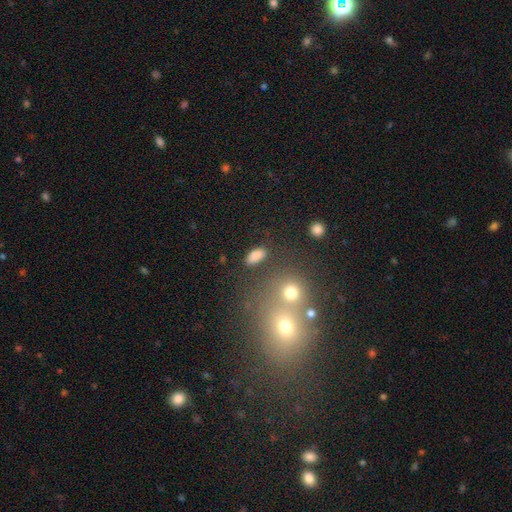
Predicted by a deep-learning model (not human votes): Smooth or featured? Predicted: smooth (p=0.84). How rounded? Predicted: in between (p=0.88). Merging? Predicted: none (p=0.81).